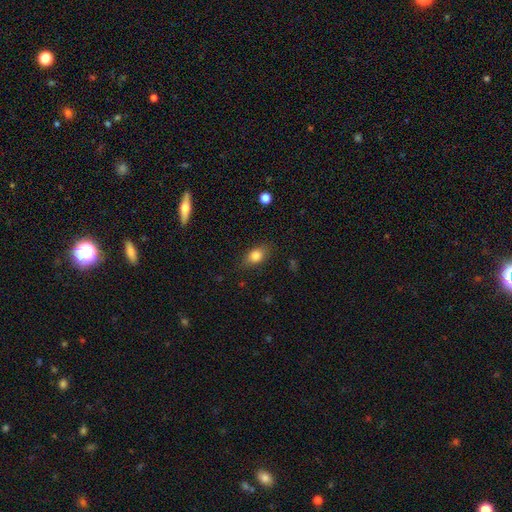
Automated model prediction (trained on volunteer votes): Smooth or featured? smooth (81%)
How rounded? in between (78%)
Merging? none (82%)